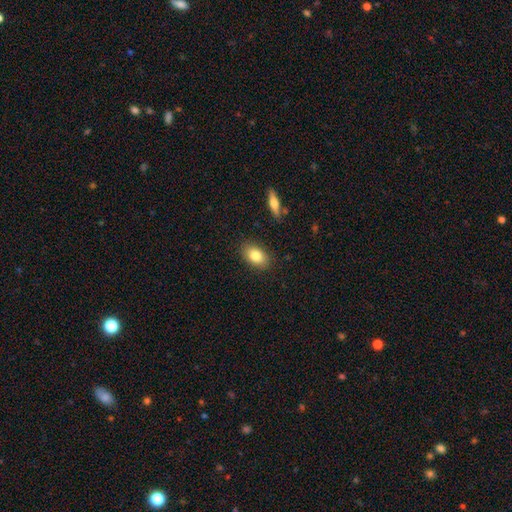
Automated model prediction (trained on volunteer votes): A smooth galaxy with no disk features (82%) that is in between round and cigar-shaped (87%).

Vote fractions:
- Smooth or featured? smooth: 82% / featured or disk: 11% / star or artifact: 8%
- How rounded? in between: 87% / round: 10% / cigar-shaped: 2%
- Merging? none: 87% / minor disturbance: 10% / major disturbance: 2% / merger: 1%